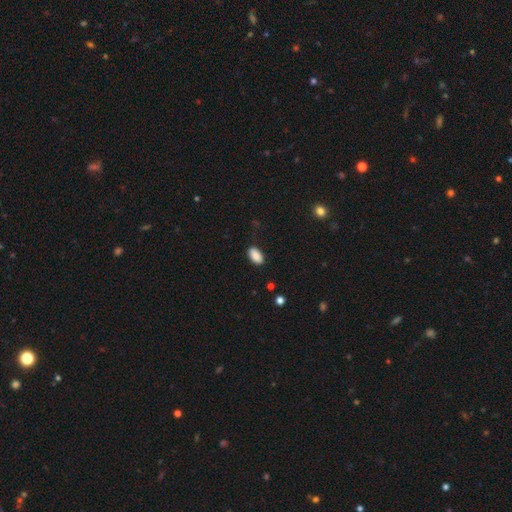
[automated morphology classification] A smooth galaxy with no disk features (88%) that is in between round and cigar-shaped (93%).

Vote fractions:
- Smooth or featured? smooth: 88% / star or artifact: 8% / featured or disk: 4%
- How rounded? in between: 93% / round: 4% / cigar-shaped: 3%
- Merging? none: 85% / minor disturbance: 11% / major disturbance: 2% / merger: 1%